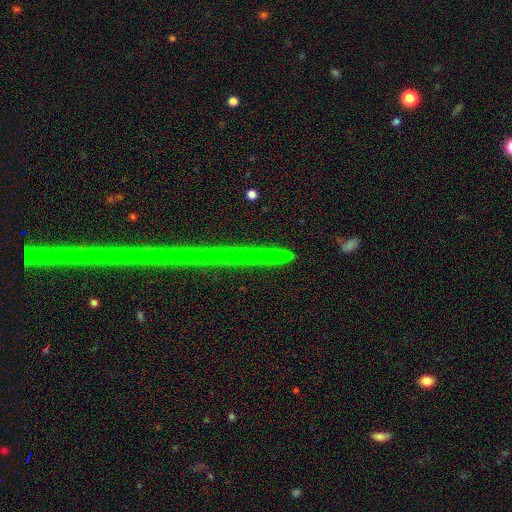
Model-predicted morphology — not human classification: Smooth or featured?
  - star or artifact: 77% *
  - featured or disk: 16%
  - smooth: 7%